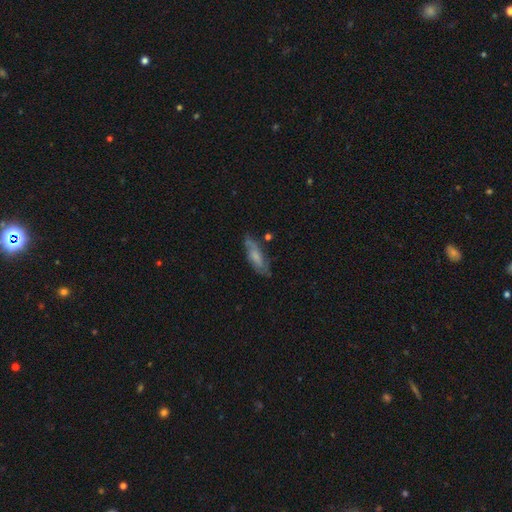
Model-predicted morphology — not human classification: Smooth or featured: smooth — 47% (featured or disk — 46%)
Merging: none — 66% (minor disturbance — 24%)